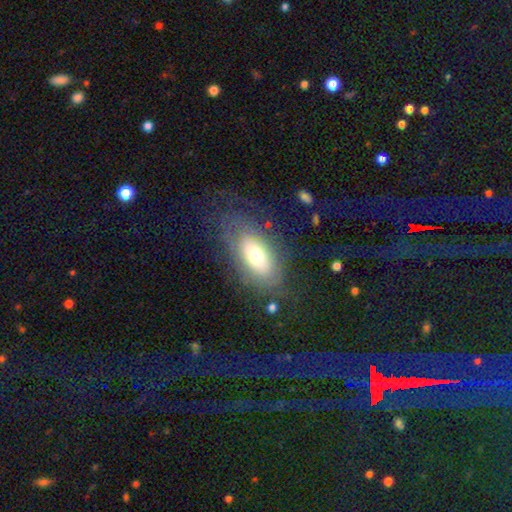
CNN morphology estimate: smooth 54%, featured or disk 38%, star or artifact 8%. Down the decision tree: how rounded — in between (89%); merging — none (68%).